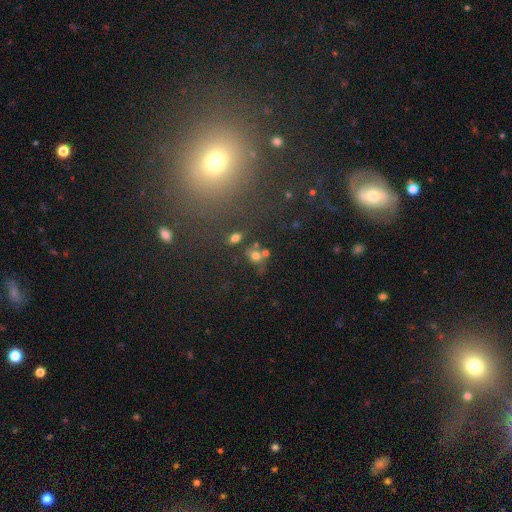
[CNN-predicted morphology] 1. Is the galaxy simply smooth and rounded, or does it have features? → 69% smooth, 19% star or artifact, 12% featured or disk.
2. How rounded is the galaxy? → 59% round, 39% in between, 2% cigar-shaped.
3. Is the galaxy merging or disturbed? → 52% none, 25% merger, 15% minor disturbance, 8% major disturbance.